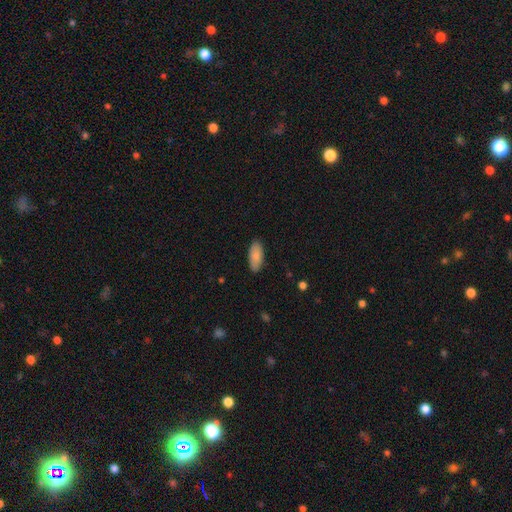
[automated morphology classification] Smooth or featured: smooth — 86% (featured or disk — 8%)
How rounded: in between — 85% (cigar-shaped — 14%)
Merging: none — 87% (minor disturbance — 10%)